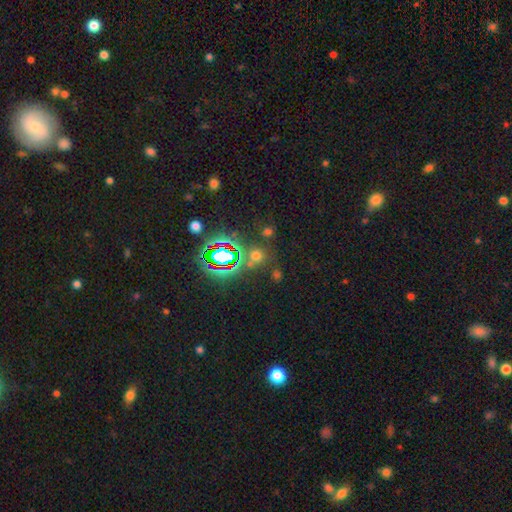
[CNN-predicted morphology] Smooth or featured: smooth — 49% (star or artifact — 43%)
Merging: none — 74% (merger — 12%)